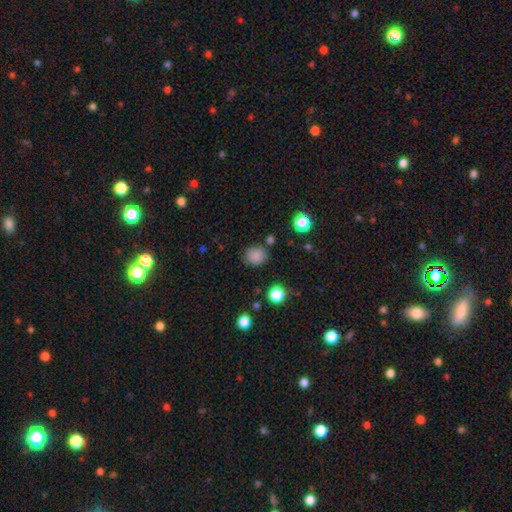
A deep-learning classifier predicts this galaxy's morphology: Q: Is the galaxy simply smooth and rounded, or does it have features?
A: smooth — 84%.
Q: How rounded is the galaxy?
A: round — 82%.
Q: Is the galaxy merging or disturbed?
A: none — 81%.